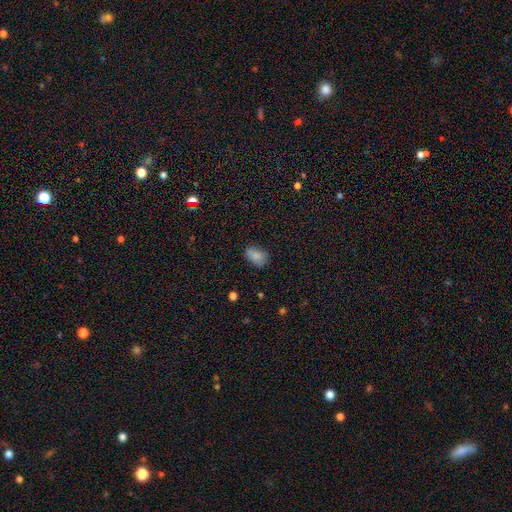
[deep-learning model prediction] Smooth or featured? Predicted: smooth (p=0.81). How rounded? Predicted: in between (p=0.86). Merging? Predicted: none (p=0.68).